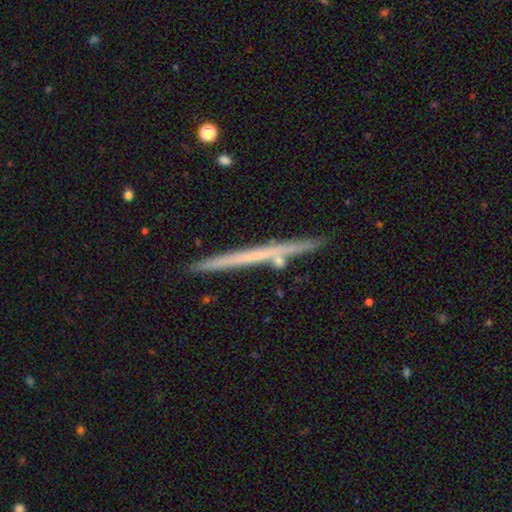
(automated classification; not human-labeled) This is possibly a featured or disk galaxy (57%). It is clearly viewed edge-on (97%). Edge-on bulge: clearly none (90%). Merging: clearly none (87%).